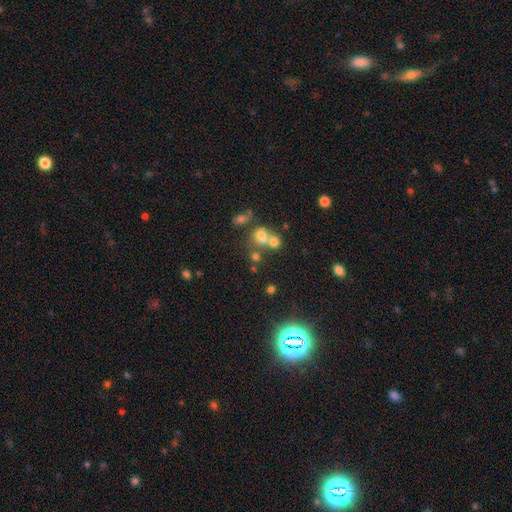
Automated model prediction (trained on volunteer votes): smooth 54%, star or artifact 32%, featured or disk 14%. Down the decision tree: how rounded — round (68%); merging — merger (44%).